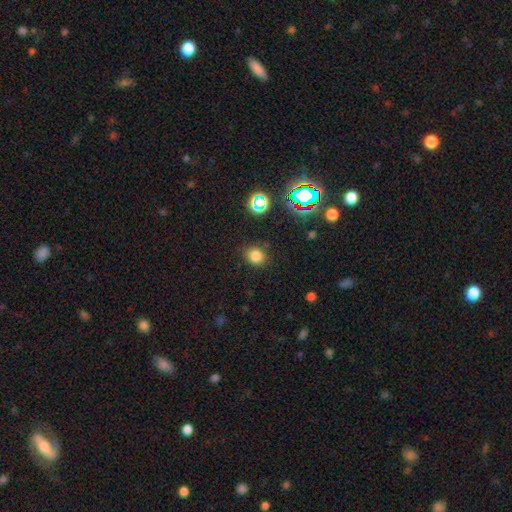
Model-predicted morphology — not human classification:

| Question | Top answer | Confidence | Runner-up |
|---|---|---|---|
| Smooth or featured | smooth | 77% | star or artifact (18%) |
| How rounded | round | 79% | in between (20%) |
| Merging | none | 84% | minor disturbance (10%) |